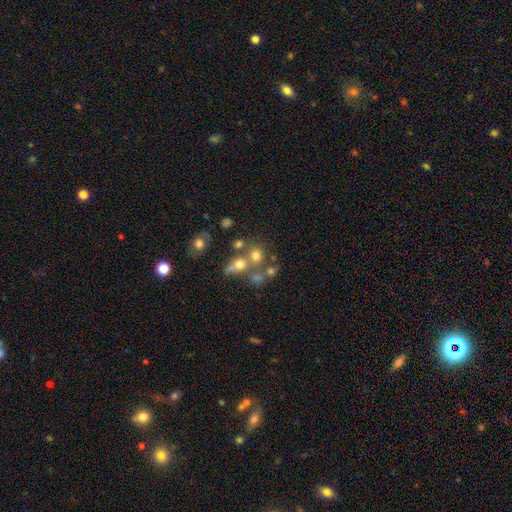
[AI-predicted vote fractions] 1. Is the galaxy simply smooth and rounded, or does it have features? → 65% smooth, 18% star or artifact, 17% featured or disk.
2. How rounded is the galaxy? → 80% round, 19% in between, 1% cigar-shaped.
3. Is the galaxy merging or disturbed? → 49% none, 36% merger, 9% minor disturbance, 6% major disturbance.